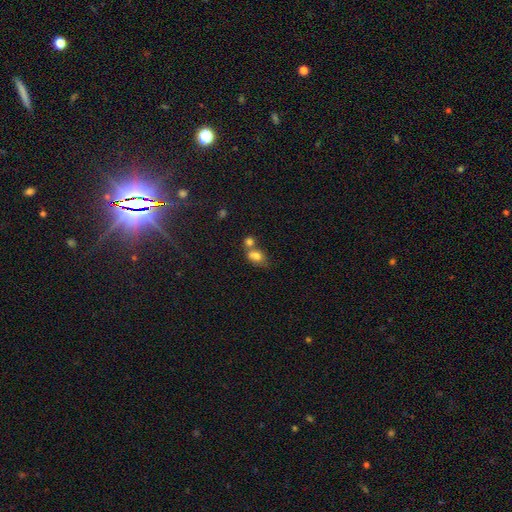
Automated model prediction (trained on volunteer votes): smooth-or-featured: smooth: 75% | featured or disk: 14% | star or artifact: 10%
  how-rounded: in between: 65% | round: 33% | cigar-shaped: 2%
  merging: merger: 56% | none: 28% | minor disturbance: 11% | major disturbance: 5%